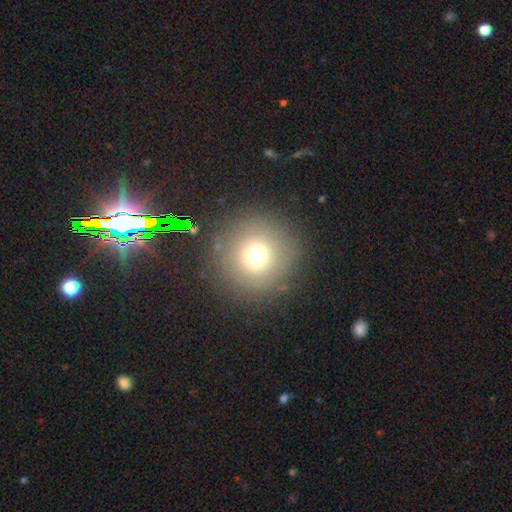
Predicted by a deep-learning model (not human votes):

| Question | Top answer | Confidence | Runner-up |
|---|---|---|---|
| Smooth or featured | smooth | 70% | star or artifact (18%) |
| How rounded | round | 96% | in between (3%) |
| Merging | none | 86% | minor disturbance (7%) |